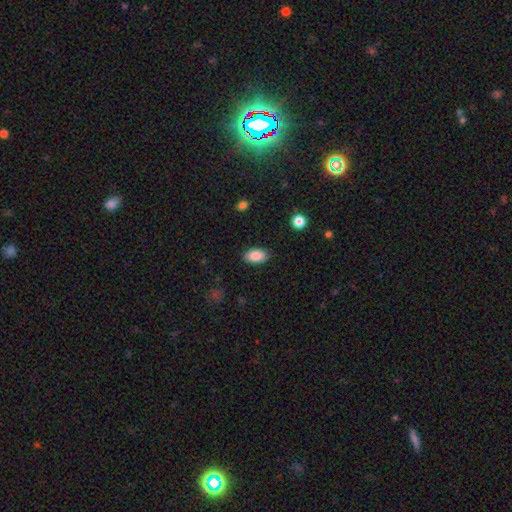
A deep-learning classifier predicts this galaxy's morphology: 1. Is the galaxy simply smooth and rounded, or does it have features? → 88% smooth, 7% star or artifact, 5% featured or disk.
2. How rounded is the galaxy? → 93% in between, 5% round, 2% cigar-shaped.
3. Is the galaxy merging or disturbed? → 87% none, 10% minor disturbance, 2% major disturbance, 1% merger.